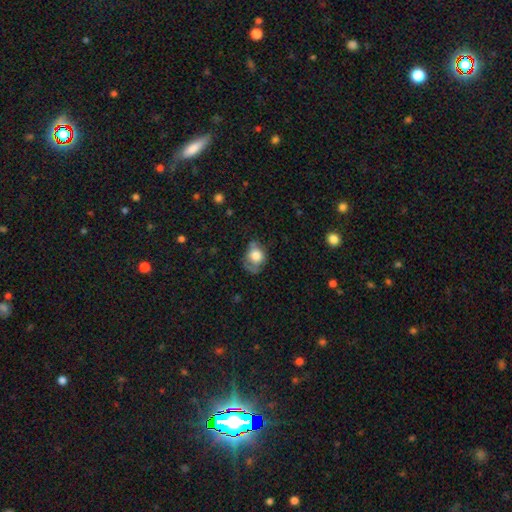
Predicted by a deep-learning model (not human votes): Smooth or featured?
  - smooth: 72% *
  - featured or disk: 20%
  - star or artifact: 8%
How rounded?
  - round: 51% *
  - in between: 48%
  - cigar-shaped: 1%
Merging?
  - none: 43% *
  - minor disturbance: 34%
  - major disturbance: 20%
  - merger: 3%